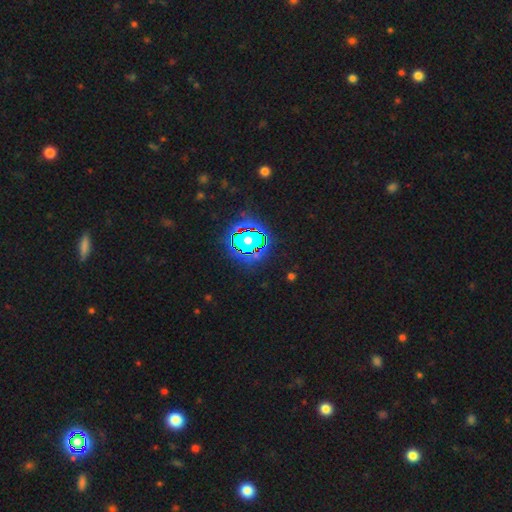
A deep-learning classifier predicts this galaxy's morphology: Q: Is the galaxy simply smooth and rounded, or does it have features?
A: star or artifact — 79%.